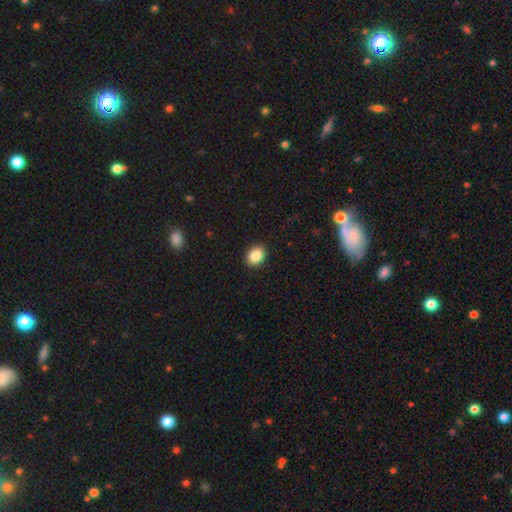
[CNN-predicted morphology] This is clearly a smooth galaxy (88%). How rounded: likely in between (60%). Merging: clearly none (90%).